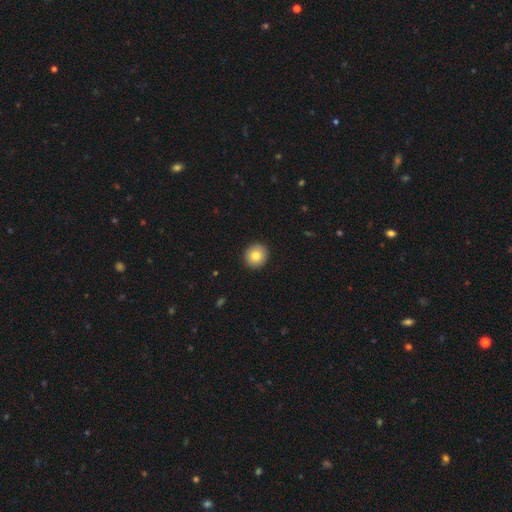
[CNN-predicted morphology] Overall: smooth (81%). How rounded: round (93%). Merging: none (93%).